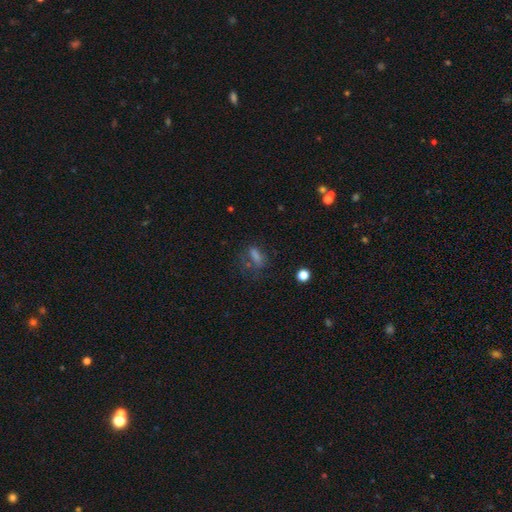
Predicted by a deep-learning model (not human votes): Smooth or featured: smooth — 57% (star or artifact — 25%)
How rounded: in between — 60% (cigar-shaped — 27%)
Merging: none — 54% (minor disturbance — 21%)